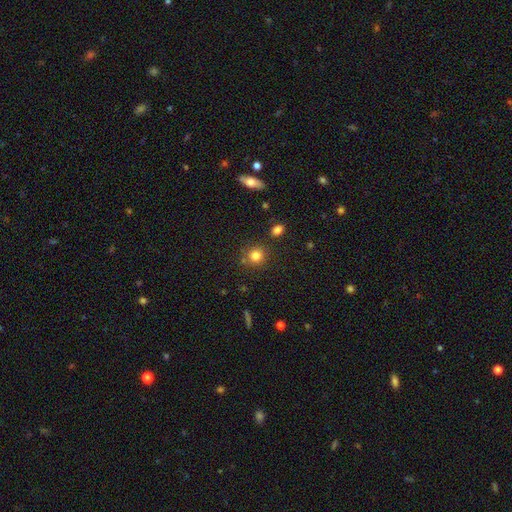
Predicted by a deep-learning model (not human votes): Smooth or featured? smooth (81%)
How rounded? round (89%)
Merging? none (82%)